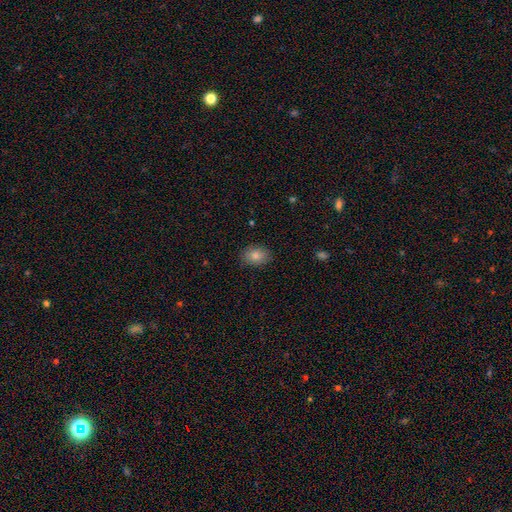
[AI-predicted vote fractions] Morphology: type=smooth (83%); roundness=in between (72%); merging=none (86%).